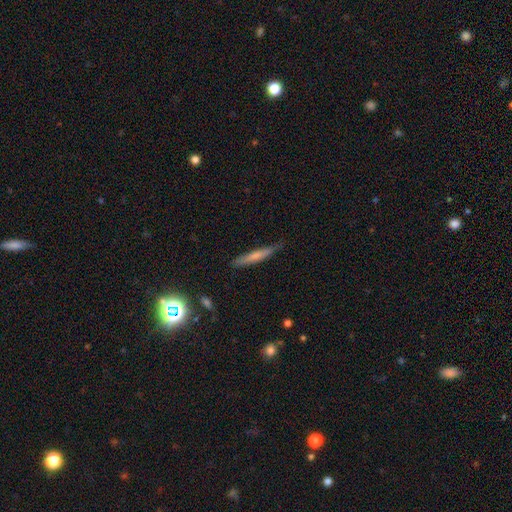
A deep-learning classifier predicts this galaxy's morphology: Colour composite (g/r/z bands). It shows a smooth galaxy with no disk features (61%) that is cigar-shaped (93%). Merging: none (79%).